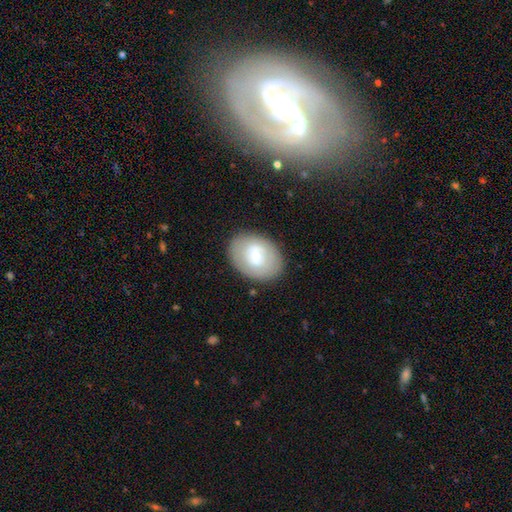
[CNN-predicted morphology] Smooth or featured?
  - smooth: 49% *
  - featured or disk: 45%
  - star or artifact: 6%
Merging?
  - none: 81% *
  - minor disturbance: 12%
  - major disturbance: 5%
  - merger: 2%